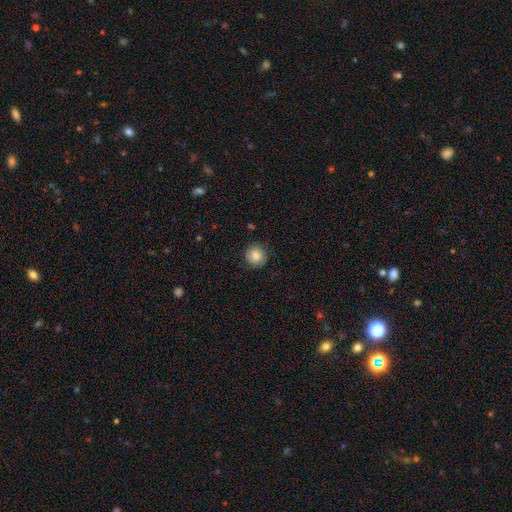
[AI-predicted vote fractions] Q: Smooth or featured?
A: smooth (77%); runner-up: featured or disk (14%)
Q: How rounded?
A: round (91%); runner-up: in between (8%)
Q: Merging?
A: none (85%); runner-up: minor disturbance (11%)